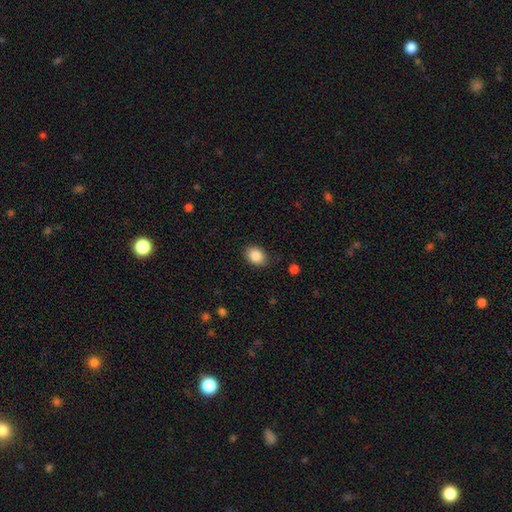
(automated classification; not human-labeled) A smooth galaxy with no disk features (87%) that is in between round and cigar-shaped (60%). Merging: none (85%).